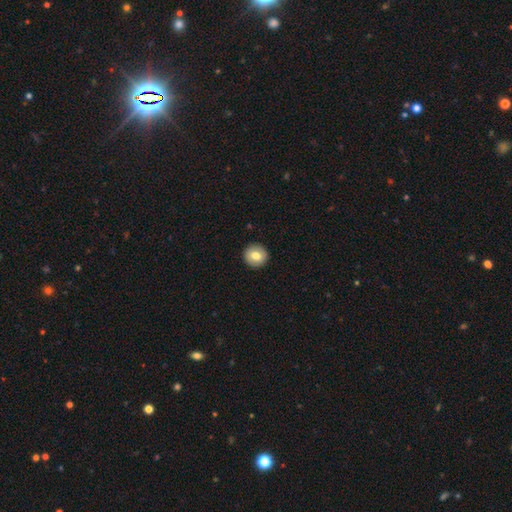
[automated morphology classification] This appears to be a smooth galaxy with no disk features (74%) that is round (93%). Merging: none (92%).